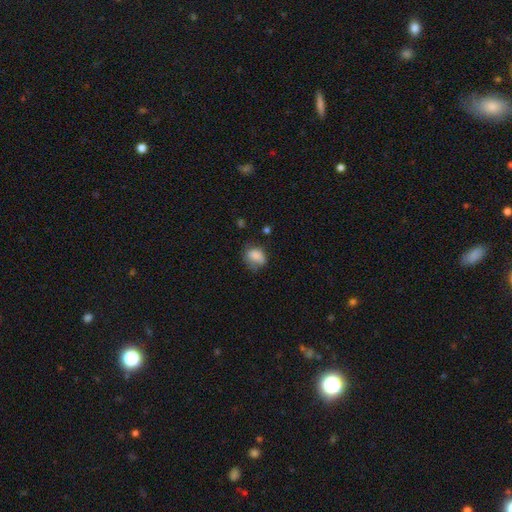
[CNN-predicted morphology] Smooth or featured?
  - smooth: 81% *
  - featured or disk: 9%
  - star or artifact: 9%
How rounded?
  - in between: 57% *
  - round: 42%
  - cigar-shaped: 1%
Merging?
  - none: 51% *
  - minor disturbance: 33%
  - major disturbance: 14%
  - merger: 3%